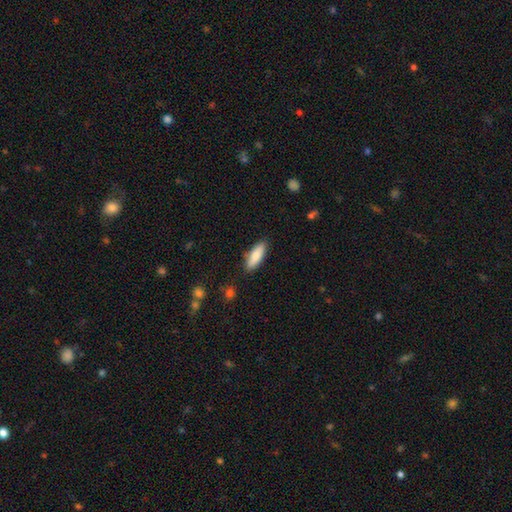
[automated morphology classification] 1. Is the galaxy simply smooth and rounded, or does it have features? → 84% smooth, 10% featured or disk, 6% star or artifact.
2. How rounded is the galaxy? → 60% in between, 38% cigar-shaped, 2% round.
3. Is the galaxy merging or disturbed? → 86% none, 10% minor disturbance, 2% major disturbance, 2% merger.